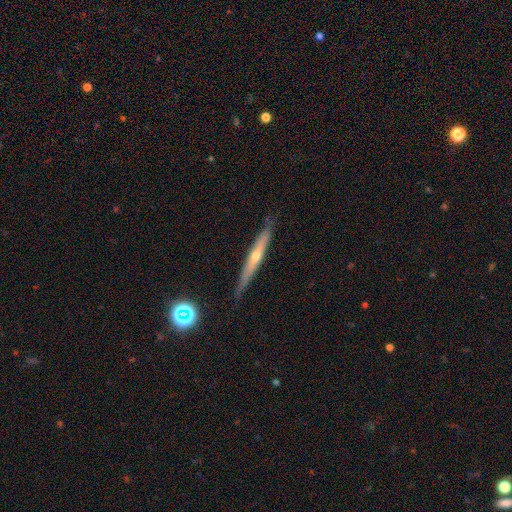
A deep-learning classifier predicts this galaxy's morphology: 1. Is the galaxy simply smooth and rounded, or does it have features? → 63% featured or disk, 29% smooth, 7% star or artifact.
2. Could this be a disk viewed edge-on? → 95% yes, 5% no.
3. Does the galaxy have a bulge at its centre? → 71% rounded, 26% none, 3% boxy.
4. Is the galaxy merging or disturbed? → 84% none, 13% minor disturbance, 2% major disturbance, 1% merger.